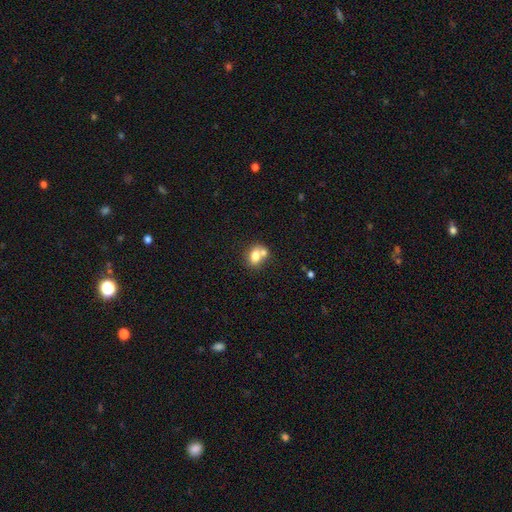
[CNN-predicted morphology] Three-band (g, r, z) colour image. It shows a smooth galaxy with no disk features (75%) that is in between round and cigar-shaped (59%). Merging: merger (49%).